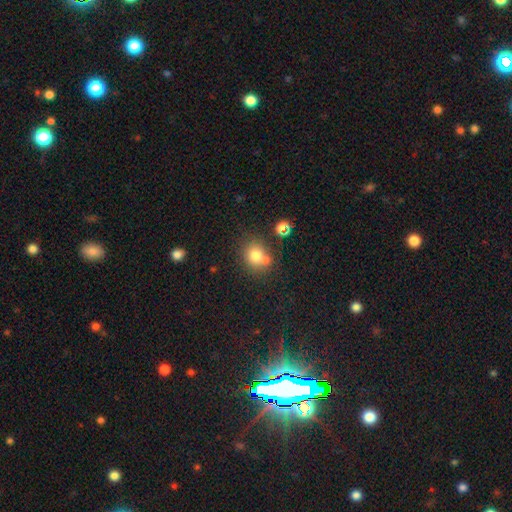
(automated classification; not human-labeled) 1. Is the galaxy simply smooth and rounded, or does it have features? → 75% smooth, 13% star or artifact, 11% featured or disk.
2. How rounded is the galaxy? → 76% round, 24% in between, 1% cigar-shaped.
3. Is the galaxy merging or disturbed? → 54% none, 30% merger, 12% minor disturbance, 5% major disturbance.